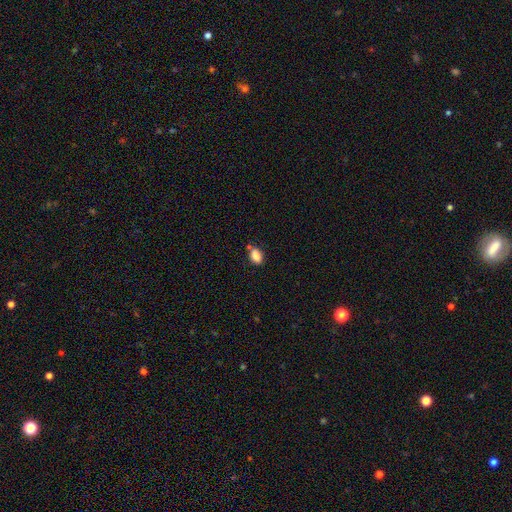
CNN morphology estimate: Smooth or featured?
  - smooth: 85% *
  - star or artifact: 10%
  - featured or disk: 5%
How rounded?
  - in between: 84% *
  - round: 14%
  - cigar-shaped: 2%
Merging?
  - none: 68% *
  - minor disturbance: 17%
  - merger: 10%
  - major disturbance: 4%